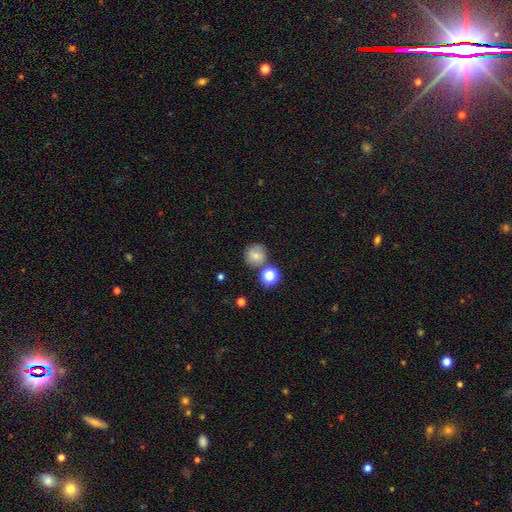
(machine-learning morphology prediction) type=smooth (71%); roundness=round (91%); merging=none (71%).